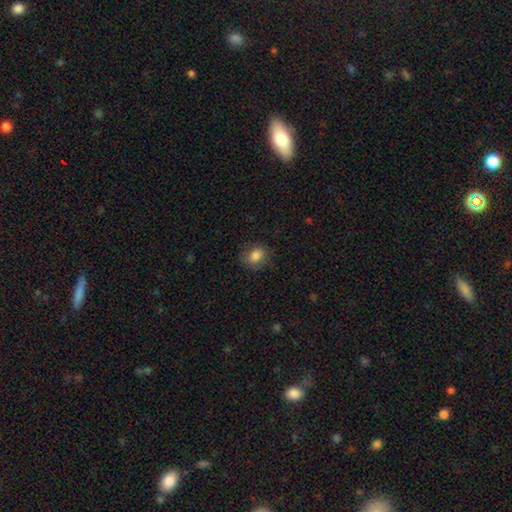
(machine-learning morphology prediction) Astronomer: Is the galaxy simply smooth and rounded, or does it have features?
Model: smooth — 82%.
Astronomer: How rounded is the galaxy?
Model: in between — 59% (runner-up: round, 40%).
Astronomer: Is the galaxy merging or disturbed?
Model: none — 79%.